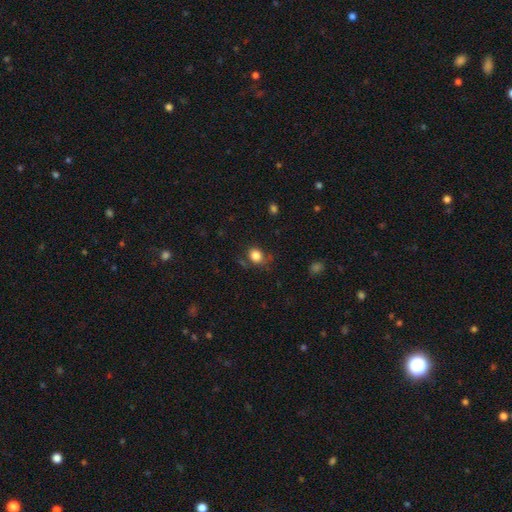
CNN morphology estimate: Smooth or featured? Predicted: smooth (p=0.83). How rounded? Predicted: round (p=0.62). Merging? Predicted: none (p=0.69).